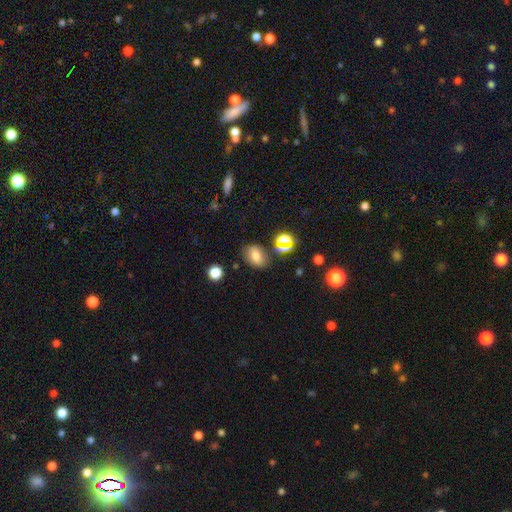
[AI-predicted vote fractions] smooth_or_featured: smooth (p=0.72) [alt: star or artifact p=0.16]
how_rounded: in between (p=0.73) [alt: round p=0.25]
merging: none (p=0.76) [alt: minor disturbance p=0.14]